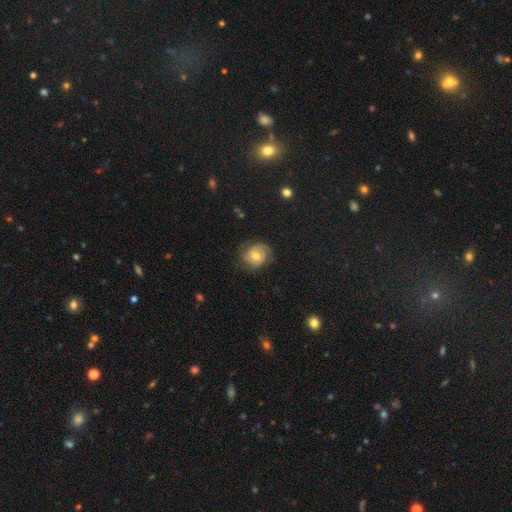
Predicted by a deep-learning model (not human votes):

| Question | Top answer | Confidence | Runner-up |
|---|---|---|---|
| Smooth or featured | featured or disk | 54% | smooth (37%) |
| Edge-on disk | no | 97% | yes (3%) |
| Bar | no | 62% | weak (32%) |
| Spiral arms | yes | 84% | no (16%) |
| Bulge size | moderate | 68% | small (24%) |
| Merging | none | 71% | minor disturbance (20%) |